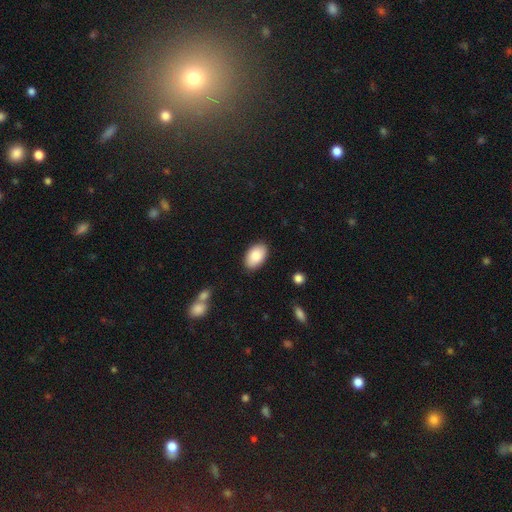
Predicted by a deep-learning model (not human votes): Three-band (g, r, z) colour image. It shows a smooth galaxy with no disk features (86%) that is in between round and cigar-shaped (93%). Merging: none (87%).